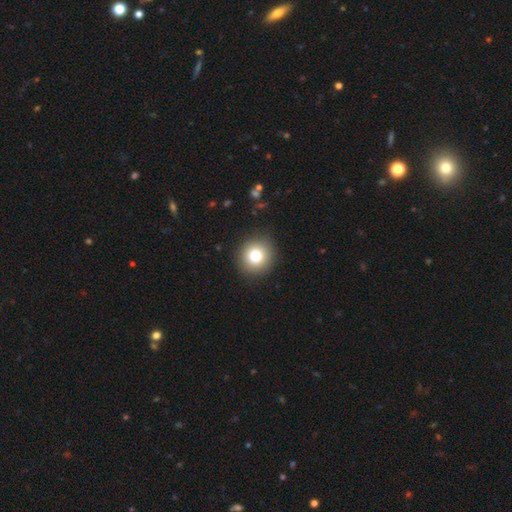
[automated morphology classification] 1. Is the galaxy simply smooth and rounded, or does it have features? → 81% smooth, 11% star or artifact, 9% featured or disk.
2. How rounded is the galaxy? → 90% round, 9% in between, 1% cigar-shaped.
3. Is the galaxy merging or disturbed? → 90% none, 7% minor disturbance, 2% major disturbance, 1% merger.